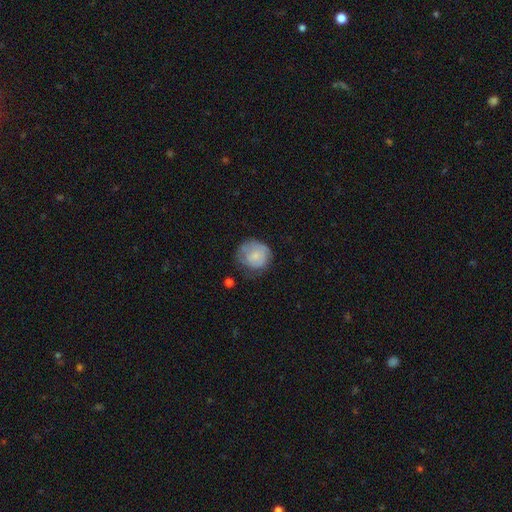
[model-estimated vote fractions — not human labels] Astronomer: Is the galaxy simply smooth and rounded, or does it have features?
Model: smooth — 67%.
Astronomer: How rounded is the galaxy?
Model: round — 84%.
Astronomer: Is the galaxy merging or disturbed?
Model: none — 50% (runner-up: minor disturbance, 31%).